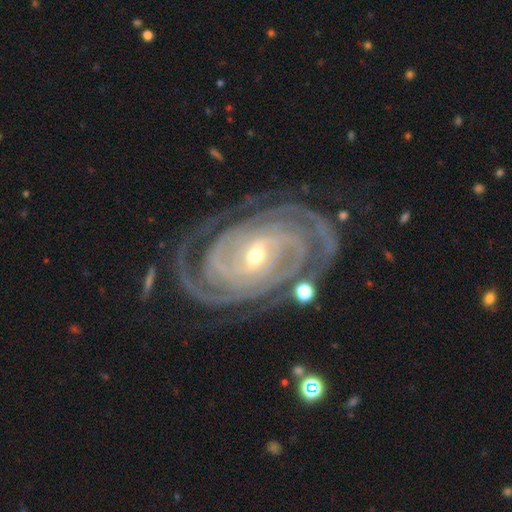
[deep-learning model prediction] Overall: featured or disk (93%). Edge-on disk: no (97%). Bar: weak (36%; strong 34%). Spiral arms: yes (99%). Spiral arm count: 2 (28%; 3 24%). Spiral winding: tight (84%). Bulge size: small (58%; moderate 39%). Merging: none (77%).